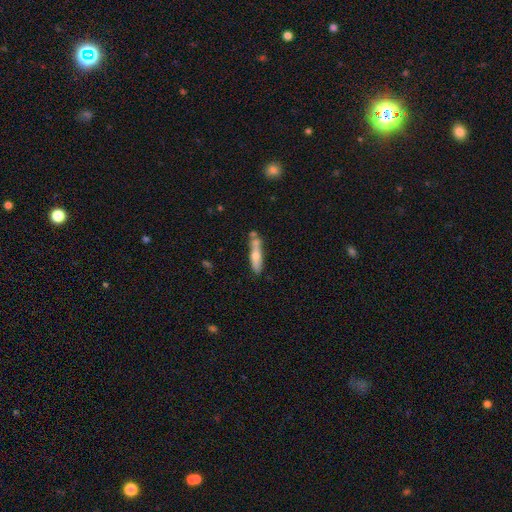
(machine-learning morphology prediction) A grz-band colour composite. It shows a smooth galaxy with no disk features (52%) that is cigar-shaped (81%). Merging: none (62%).